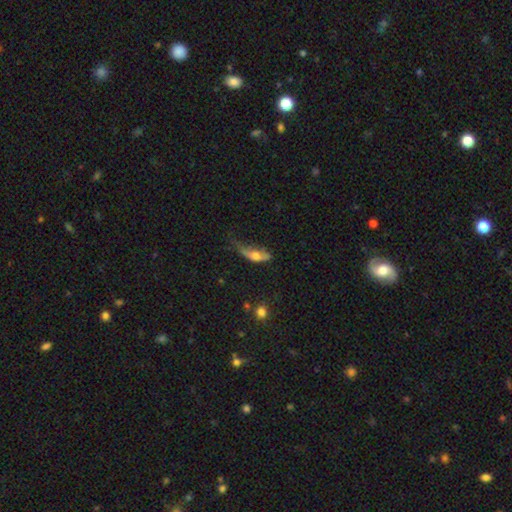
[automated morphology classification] Smooth or featured?
  - smooth: 52% *
  - featured or disk: 40%
  - star or artifact: 8%
How rounded?
  - in between: 61% *
  - cigar-shaped: 34%
  - round: 5%
Merging?
  - major disturbance: 45% *
  - minor disturbance: 29%
  - none: 20%
  - merger: 5%